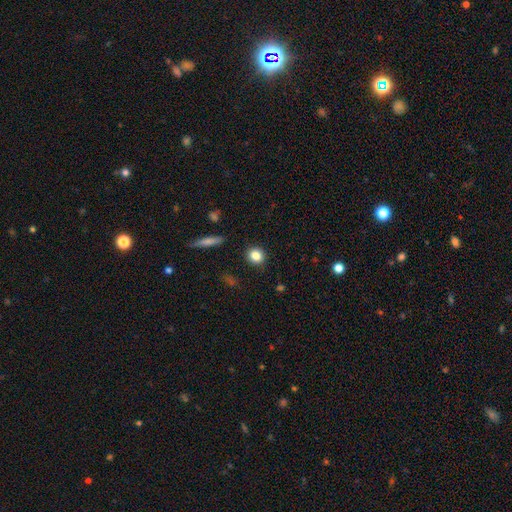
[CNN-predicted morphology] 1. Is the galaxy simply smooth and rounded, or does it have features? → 83% smooth, 10% star or artifact, 7% featured or disk.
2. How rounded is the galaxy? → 84% round, 14% in between, 1% cigar-shaped.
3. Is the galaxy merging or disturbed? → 90% none, 6% minor disturbance, 2% major disturbance, 1% merger.